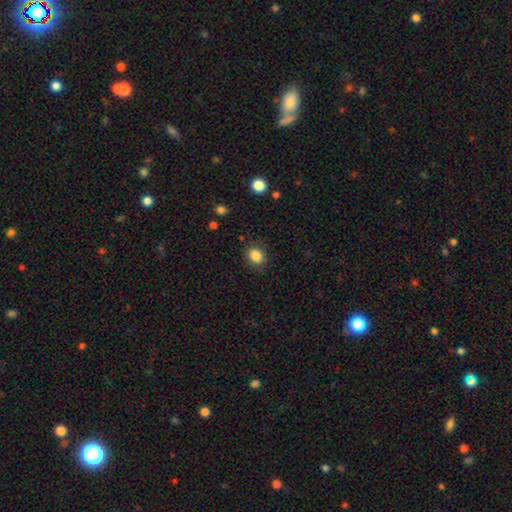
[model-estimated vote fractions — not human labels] Smooth or featured?
  - smooth: 86% *
  - star or artifact: 10%
  - featured or disk: 4%
How rounded?
  - round: 56% *
  - in between: 44%
  - cigar-shaped: 1%
Merging?
  - none: 86% *
  - minor disturbance: 10%
  - major disturbance: 3%
  - merger: 1%